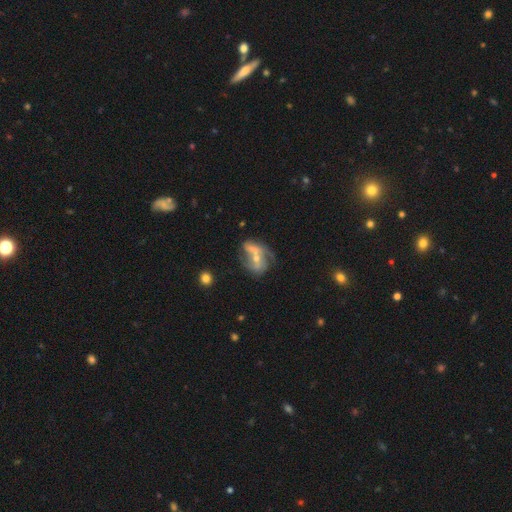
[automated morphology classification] Smooth or featured?
  - featured or disk: 68% *
  - smooth: 23%
  - star or artifact: 9%
Edge-on disk?
  - no: 95% *
  - yes: 5%
Bar?
  - no: 48% *
  - weak: 31%
  - strong: 20%
Spiral arms?
  - yes: 73% *
  - no: 27%
Bulge size?
  - small: 50% *
  - moderate: 43%
  - none: 3%
  - large: 3%
  - dominant: 1%
Merging?
  - none: 38% *
  - merger: 28%
  - minor disturbance: 18%
  - major disturbance: 16%